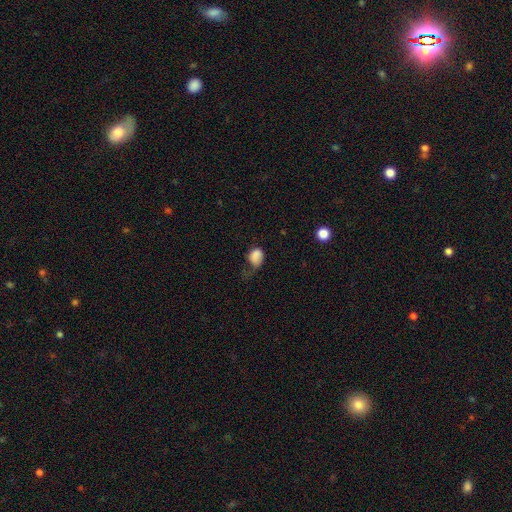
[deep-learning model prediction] This appears to be a smooth galaxy with no disk features (79%) that is in between round and cigar-shaped (59%). Merging: major disturbance (41%).